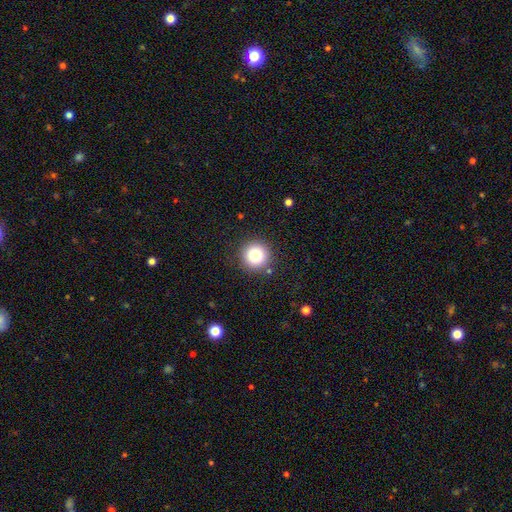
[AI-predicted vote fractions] This appears to be a smooth galaxy with no disk features (81%) that is round (95%). Merging: none (89%).